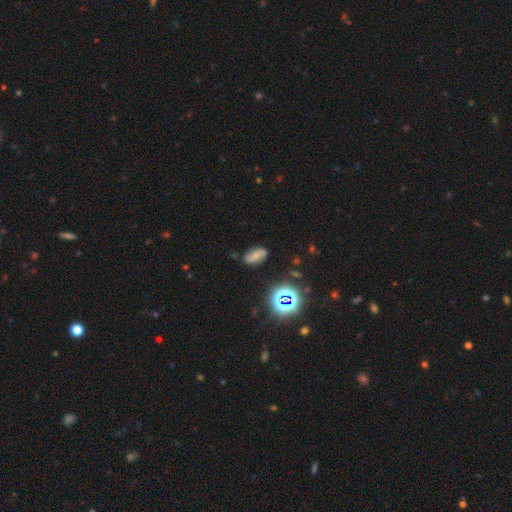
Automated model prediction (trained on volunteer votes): This is marginally a featured or disk galaxy (43%). Merging: likely none (77%).